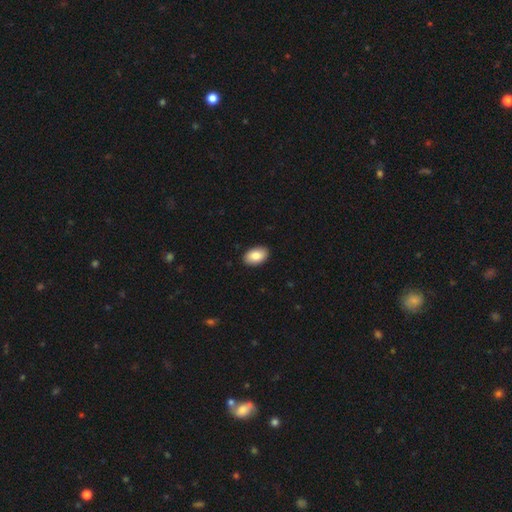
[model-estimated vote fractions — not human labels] The model was most divided on "smooth or featured": smooth: 85%, featured or disk: 9%, star or artifact: 6%. More confident: how rounded — in between (92%); merging — none (91%).